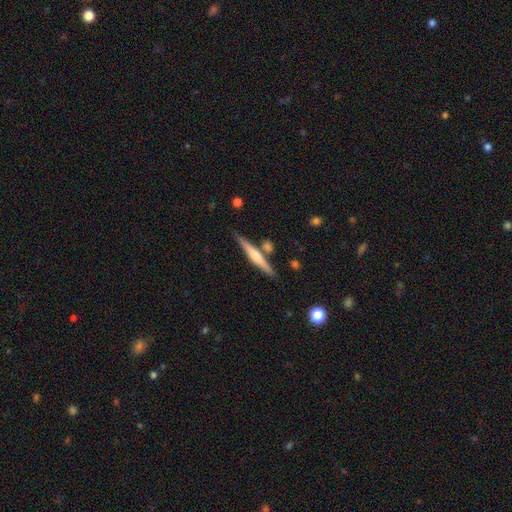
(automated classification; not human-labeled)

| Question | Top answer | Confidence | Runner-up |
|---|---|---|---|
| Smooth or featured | featured or disk | 57% | smooth (37%) |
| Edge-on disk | yes | 97% | no (3%) |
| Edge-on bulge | rounded | 73% | none (15%) |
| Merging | none | 79% | minor disturbance (10%) |